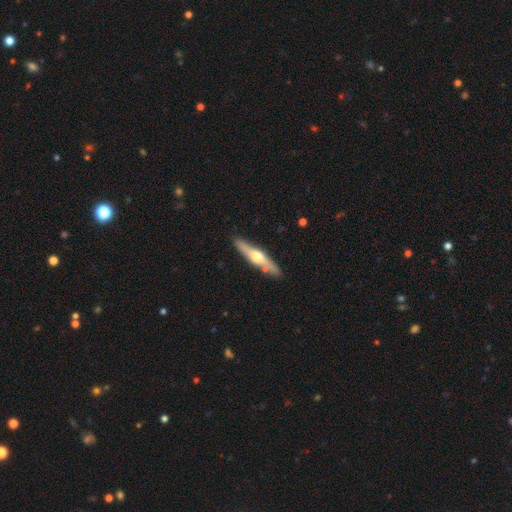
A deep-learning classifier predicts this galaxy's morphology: The model was most divided on "smooth or featured": featured or disk: 62%, smooth: 33%, star or artifact: 5%. More confident: edge-on bulge — rounded (92%); edge-on disk — yes (91%); merging — none (87%).